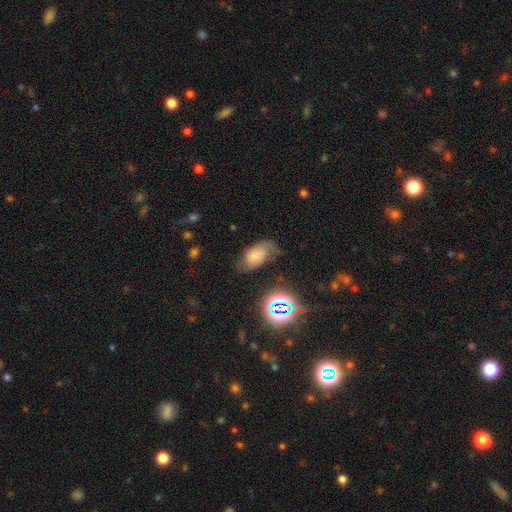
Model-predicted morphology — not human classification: type=smooth (42%, tied with featured or disk); merging=none (50%).